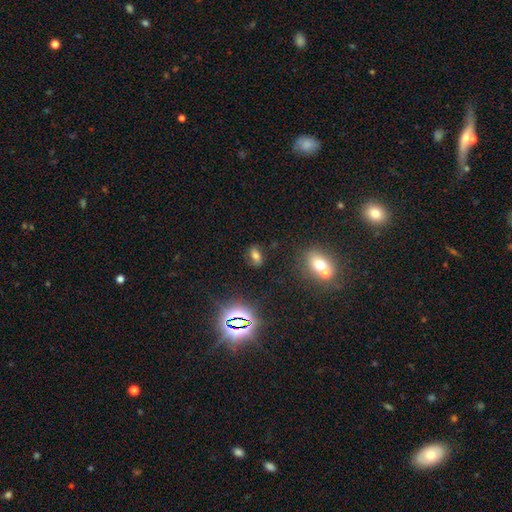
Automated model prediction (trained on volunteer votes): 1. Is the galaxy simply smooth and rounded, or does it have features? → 57% smooth, 25% star or artifact, 18% featured or disk.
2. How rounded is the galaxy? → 81% in between, 12% round, 8% cigar-shaped.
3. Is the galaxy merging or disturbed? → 78% none, 13% minor disturbance, 5% major disturbance, 4% merger.